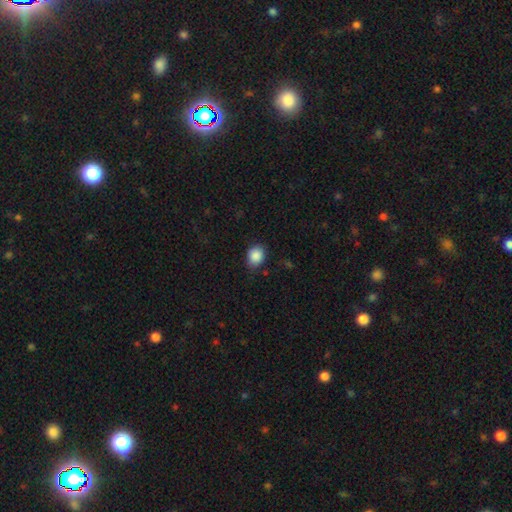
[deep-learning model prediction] This is clearly a smooth galaxy (88%). How rounded: likely round (60%). Merging: likely none (76%).